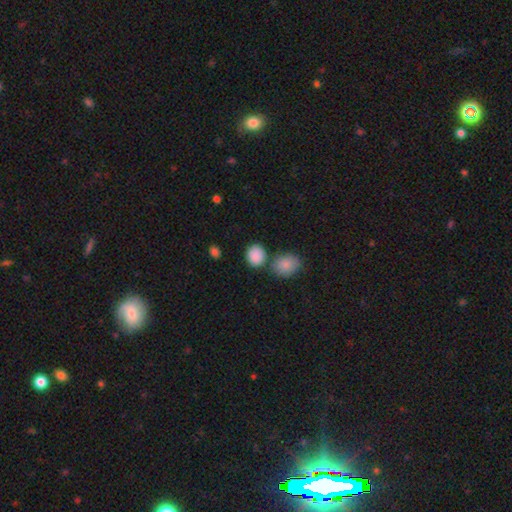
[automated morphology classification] Smooth or featured? Predicted: smooth (p=0.89). How rounded? Predicted: round (p=0.62). Merging? Predicted: none (p=0.68).